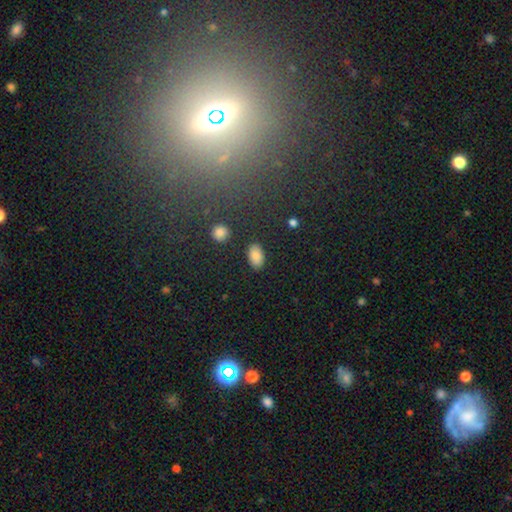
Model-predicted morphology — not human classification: type=smooth (86%); roundness=in between (92%); merging=none (88%).